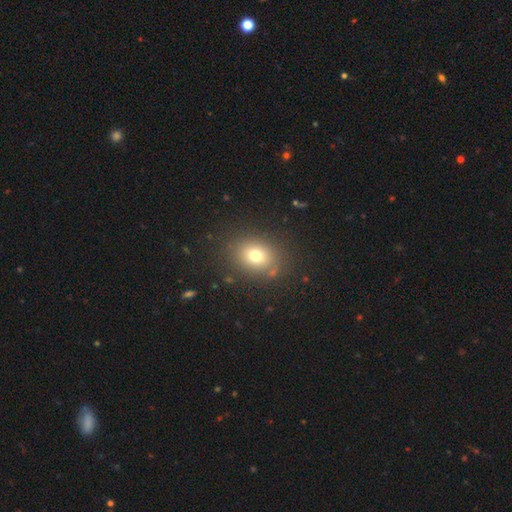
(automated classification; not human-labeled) Smooth or featured: smooth — 73% (star or artifact — 15%)
How rounded: round — 57% (in between — 42%)
Merging: none — 84% (minor disturbance — 10%)